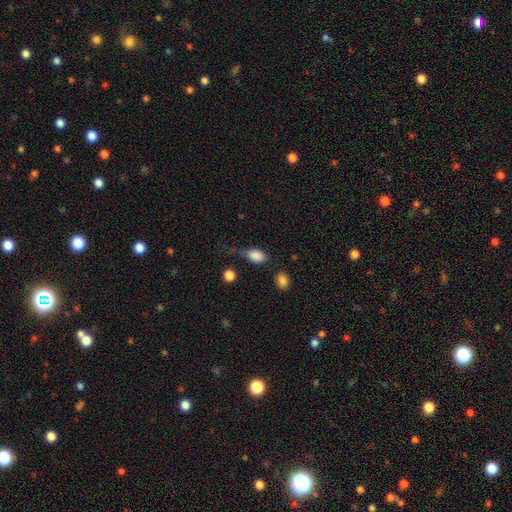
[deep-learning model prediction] smooth_or_featured: smooth (p=0.85) [alt: star or artifact p=0.08]
how_rounded: in between (p=0.84) [alt: round p=0.12]
merging: none (p=0.41) [alt: minor disturbance p=0.34]